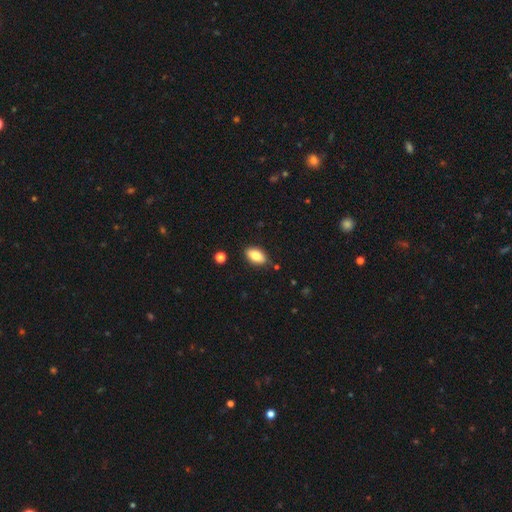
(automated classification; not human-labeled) Morphology: type=smooth (83%); roundness=in between (92%); merging=none (85%).